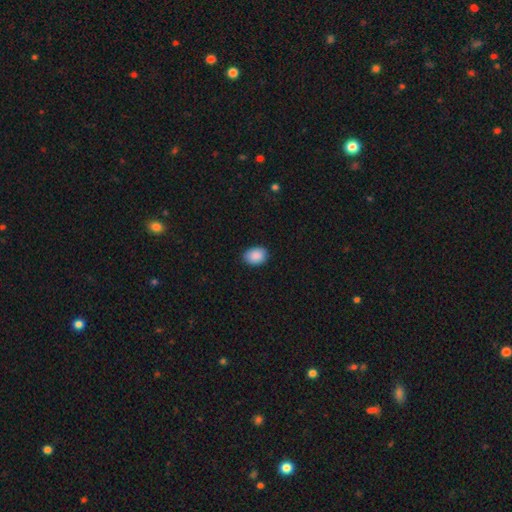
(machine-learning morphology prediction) type=smooth (90%); roundness=in between (74%); merging=none (88%).